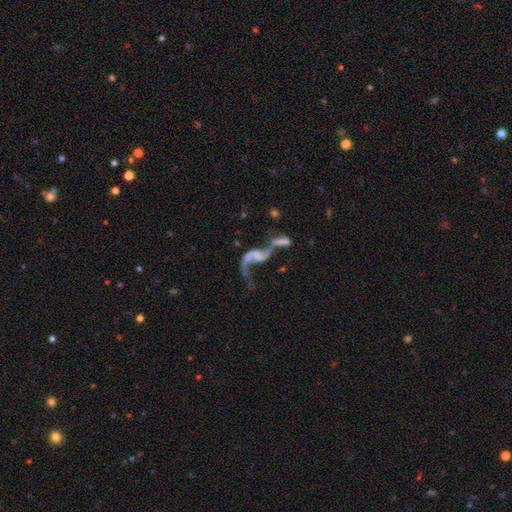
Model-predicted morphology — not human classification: A featured or disk galaxy (79%) with no bar (53%), 2 (74%) loose (89%) spiral arms (83%) and no central bulge (60%). Merging: merger (48%).